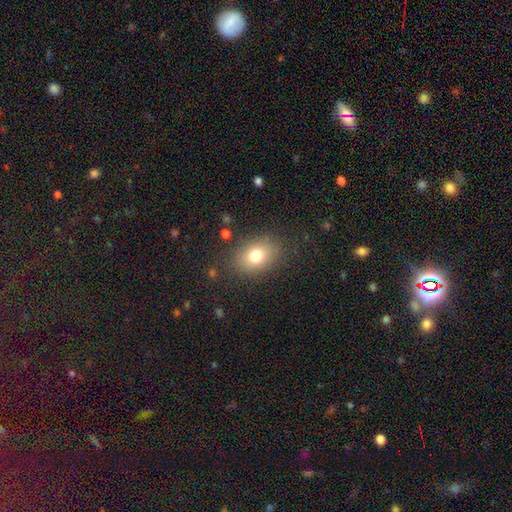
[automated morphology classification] type=smooth (76%); roundness=in between (72%); merging=none (83%).